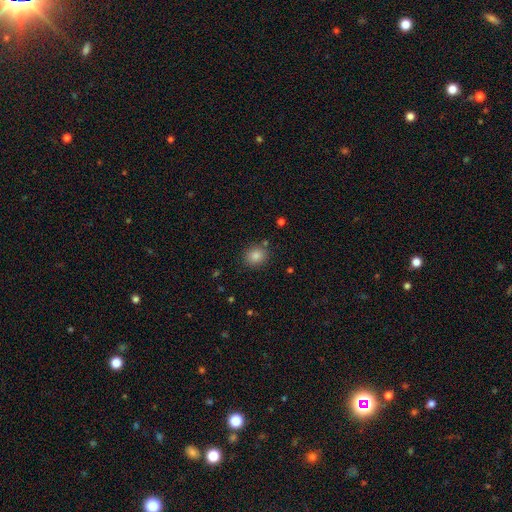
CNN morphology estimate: Smooth or featured? Predicted: smooth (p=0.84). How rounded? Predicted: round (p=0.74). Merging? Predicted: none (p=0.85).